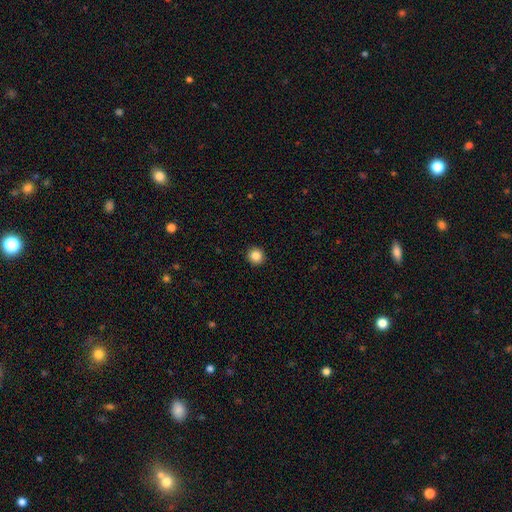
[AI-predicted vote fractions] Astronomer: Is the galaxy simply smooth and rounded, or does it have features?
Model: smooth — 86%.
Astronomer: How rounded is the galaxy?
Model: round — 92%.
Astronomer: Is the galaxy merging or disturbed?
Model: none — 93%.